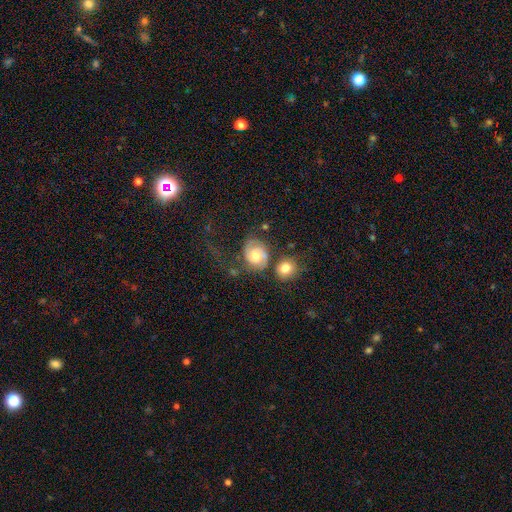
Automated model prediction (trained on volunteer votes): Smooth or featured? featured or disk (66%)
Edge-on disk? no (98%)
Bar? no (73%)
Spiral arms? yes (90%)
Spiral winding? tight (44%)
Spiral arm count? 2 (79%)
Bulge size? moderate (70%)
Merging? none (50%)